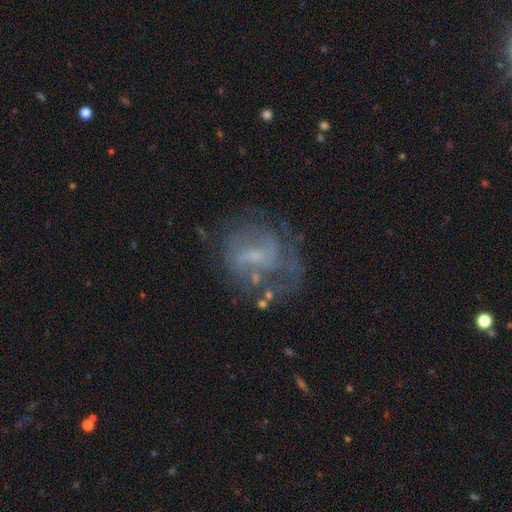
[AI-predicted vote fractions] Smooth or featured?
  - featured or disk: 68% *
  - smooth: 20%
  - star or artifact: 12%
Edge-on disk?
  - no: 97% *
  - yes: 3%
Bar?
  - weak: 48% *
  - no: 39%
  - strong: 13%
Spiral arms?
  - yes: 66% *
  - no: 34%
Bulge size?
  - small: 54% *
  - none: 25%
  - moderate: 18%
  - large: 2%
  - dominant: 1%
Merging?
  - none: 54% *
  - major disturbance: 22%
  - minor disturbance: 19%
  - merger: 5%